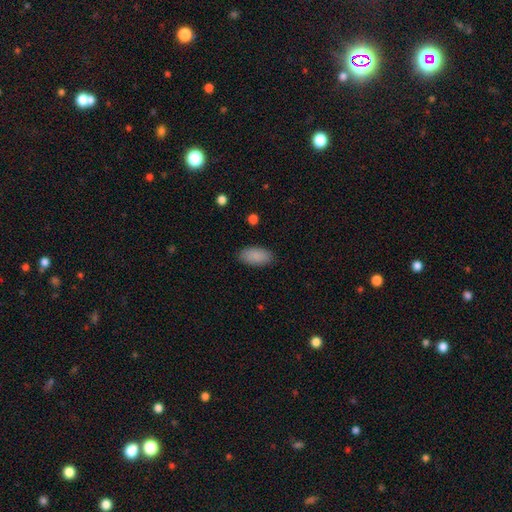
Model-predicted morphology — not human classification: Q: Smooth or featured?
A: smooth (89%); runner-up: star or artifact (7%)
Q: How rounded?
A: in between (94%); runner-up: cigar-shaped (3%)
Q: Merging?
A: none (88%); runner-up: minor disturbance (9%)